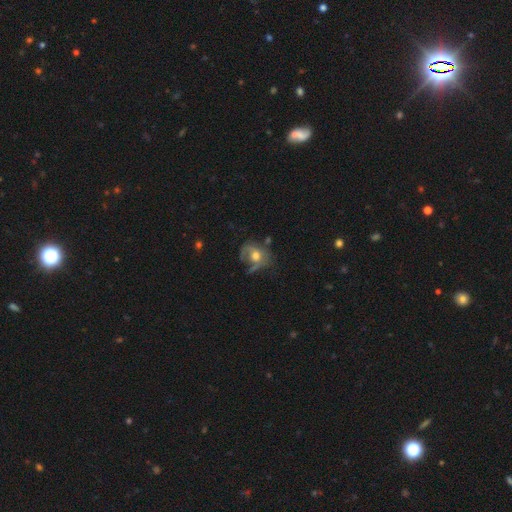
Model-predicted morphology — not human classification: featured or disk 47%, smooth 44%, star or artifact 9%. Down the decision tree: merging — none (37%).